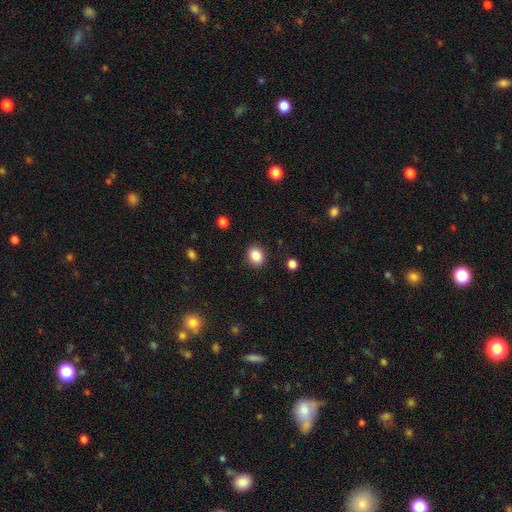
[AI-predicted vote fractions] smooth 87%, star or artifact 9%, featured or disk 4%. Down the decision tree: how rounded — round (62%); merging — none (89%).